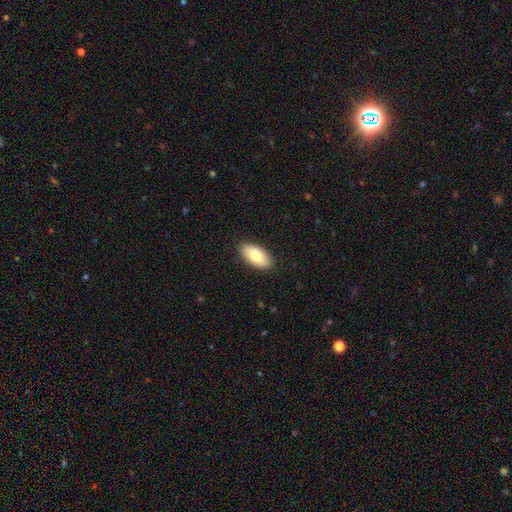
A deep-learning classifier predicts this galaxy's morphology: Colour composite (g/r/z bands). It shows a smooth galaxy with no disk features (79%) that is in between round and cigar-shaped (93%). Merging: none (89%).